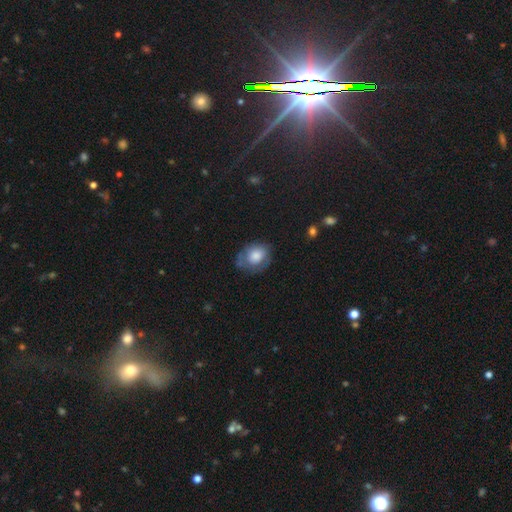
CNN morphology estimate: Q: Smooth or featured?
A: smooth (70%); runner-up: featured or disk (22%)
Q: How rounded?
A: in between (54%); runner-up: round (45%)
Q: Merging?
A: none (53%); runner-up: minor disturbance (31%)